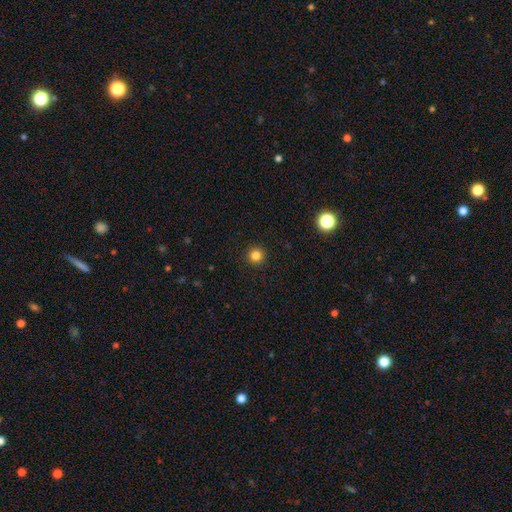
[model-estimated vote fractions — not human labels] smooth_or_featured: smooth (p=0.83) [alt: star or artifact p=0.13]
how_rounded: round (p=0.96) [alt: in between p=0.04]
merging: none (p=0.93) [alt: minor disturbance p=0.04]